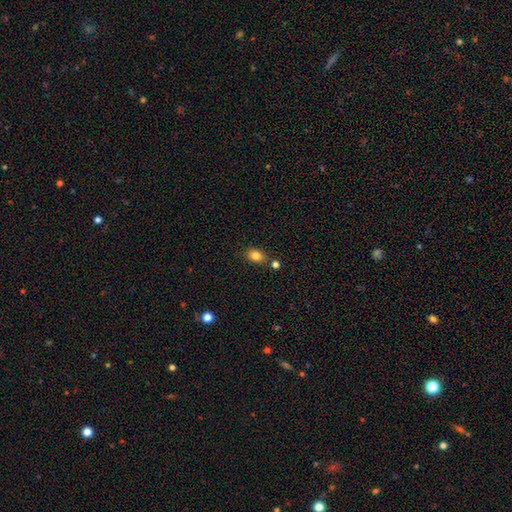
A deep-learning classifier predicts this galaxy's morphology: Overall: smooth (83%). How rounded: in between (65%; round 34%). Merging: none (78%).